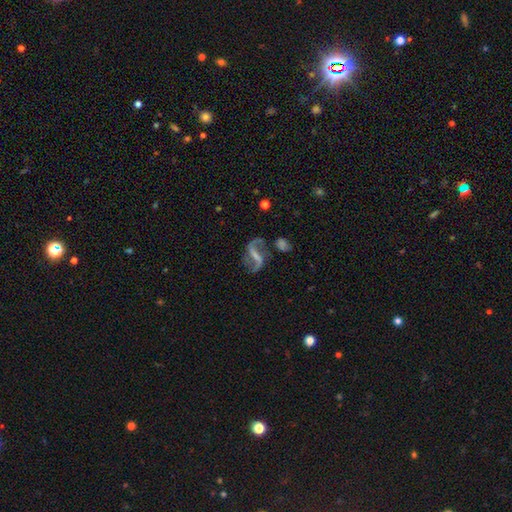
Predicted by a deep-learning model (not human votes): smooth-or-featured: featured or disk: 87% | star or artifact: 7% | smooth: 7%
  disk-edge-on: no: 97% | yes: 3%
    bar: strong: 52% | weak: 34% | no: 14%
    has-spiral-arms: yes: 93% | no: 7%
      spiral-winding: loose: 76% | medium: 20% | tight: 4%
      spiral-arm-count: 2: 92% | 1: 3% | can't tell: 2% | 3: 1% | 4: 1% | more than 4: 1%
    bulge-size: none: 54% | small: 29% | moderate: 13% | large: 3% | dominant: 1%
  merging: none: 65% | minor disturbance: 16% | major disturbance: 12% | merger: 7%